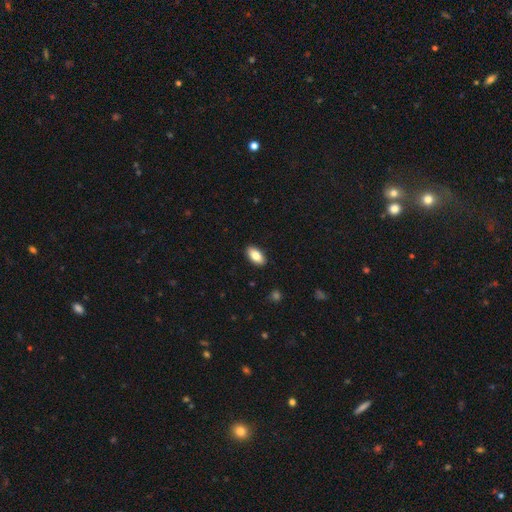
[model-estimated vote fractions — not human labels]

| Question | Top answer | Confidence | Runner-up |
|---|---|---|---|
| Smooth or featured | smooth | 83% | featured or disk (10%) |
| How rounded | in between | 93% | cigar-shaped (4%) |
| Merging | none | 90% | minor disturbance (7%) |